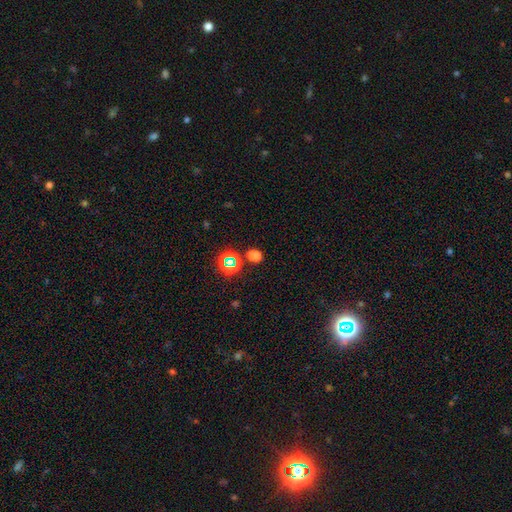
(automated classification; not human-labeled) Q: Smooth or featured?
A: smooth (58%); runner-up: star or artifact (35%)
Q: How rounded?
A: round (53%); runner-up: in between (45%)
Q: Merging?
A: none (64%); runner-up: merger (20%)